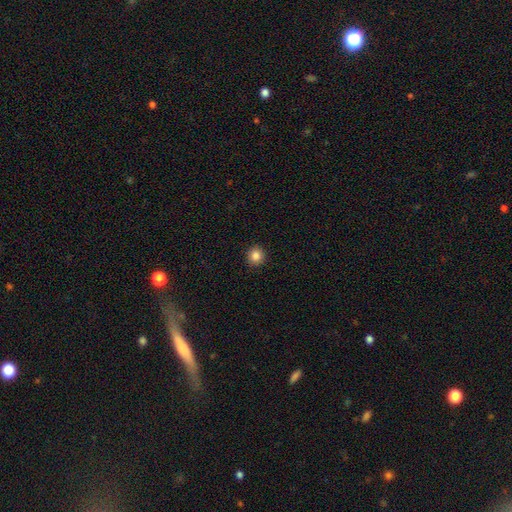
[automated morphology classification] Smooth or featured? smooth (85%)
How rounded? round (92%)
Merging? none (93%)